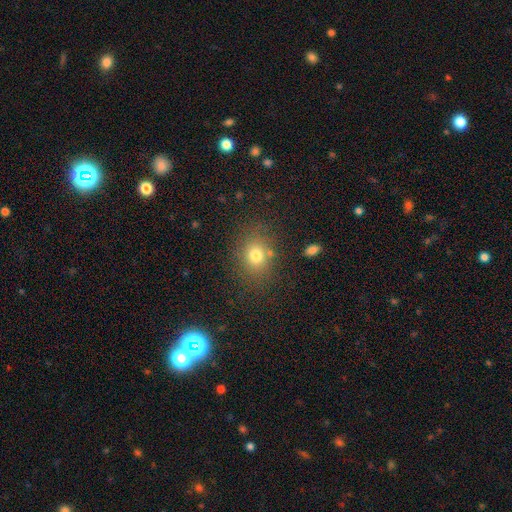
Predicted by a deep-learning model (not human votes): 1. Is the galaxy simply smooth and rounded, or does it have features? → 75% smooth, 14% star or artifact, 10% featured or disk.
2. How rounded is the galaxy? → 53% round, 45% in between, 1% cigar-shaped.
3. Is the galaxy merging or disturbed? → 79% none, 12% minor disturbance, 5% major disturbance, 4% merger.